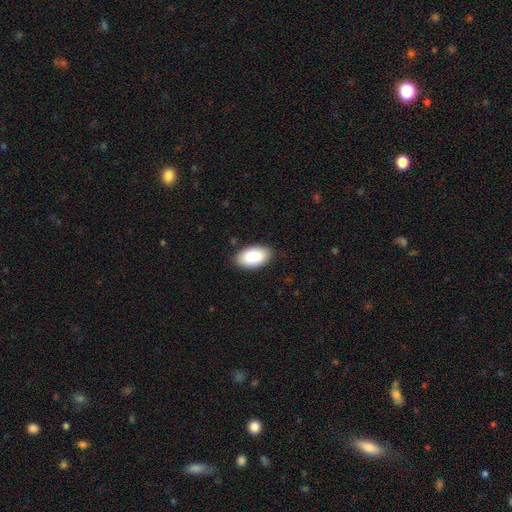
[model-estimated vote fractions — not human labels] Smooth or featured: smooth — 88% (featured or disk — 6%)
How rounded: in between — 96% (round — 3%)
Merging: none — 87% (minor disturbance — 10%)